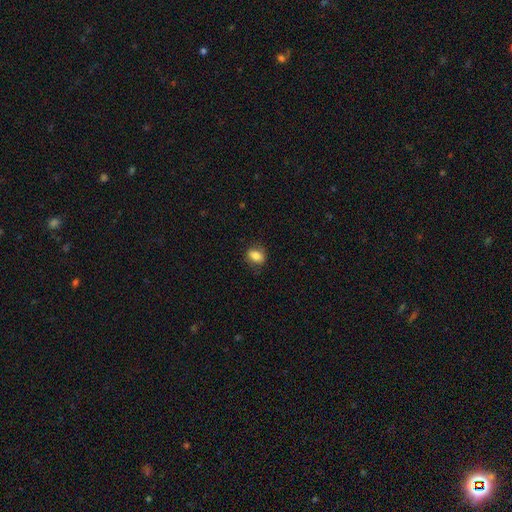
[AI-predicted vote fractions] A smooth galaxy with no disk features (81%) that is in between round and cigar-shaped (68%).

Vote fractions:
- Smooth or featured? smooth: 81% / featured or disk: 10% / star or artifact: 9%
- How rounded? in between: 68% / round: 30% / cigar-shaped: 2%
- Merging? none: 80% / minor disturbance: 15% / major disturbance: 4% / merger: 1%